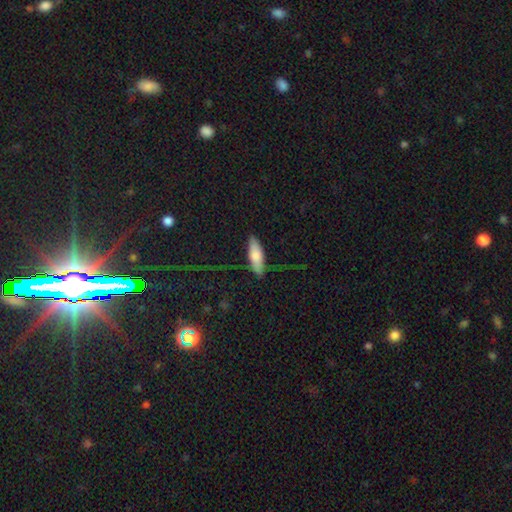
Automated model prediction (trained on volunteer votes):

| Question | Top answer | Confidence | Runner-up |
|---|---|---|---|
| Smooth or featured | smooth | 74% | featured or disk (20%) |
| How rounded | in between | 60% | cigar-shaped (38%) |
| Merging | none | 79% | minor disturbance (15%) |